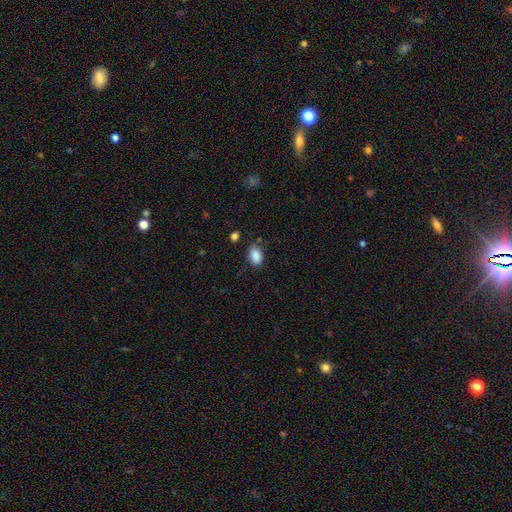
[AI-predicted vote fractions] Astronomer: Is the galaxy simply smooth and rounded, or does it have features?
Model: smooth — 87%.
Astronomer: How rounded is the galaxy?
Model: in between — 87%.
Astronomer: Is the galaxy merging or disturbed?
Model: none — 71%.